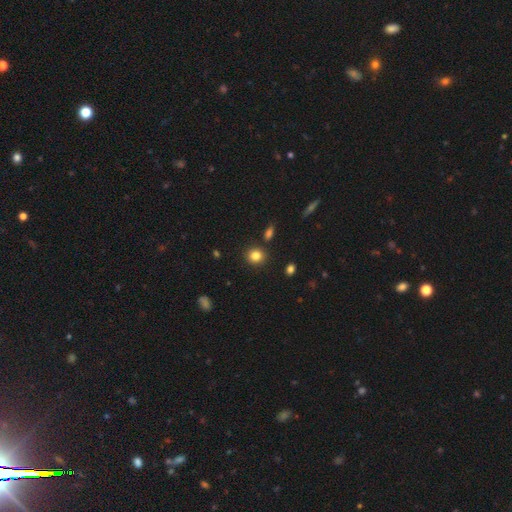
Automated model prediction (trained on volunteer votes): Smooth or featured?
  - smooth: 83% *
  - star or artifact: 11%
  - featured or disk: 6%
How rounded?
  - round: 83% *
  - in between: 16%
  - cigar-shaped: 1%
Merging?
  - none: 87% *
  - minor disturbance: 7%
  - merger: 4%
  - major disturbance: 2%